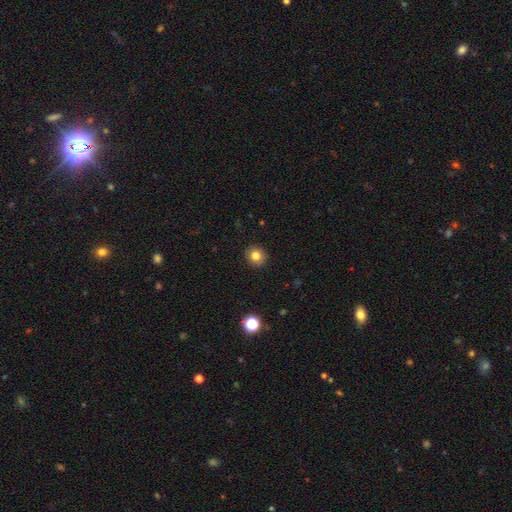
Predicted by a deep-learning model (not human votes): Smooth or featured: smooth — 82% (star or artifact — 11%)
How rounded: round — 86% (in between — 14%)
Merging: none — 91% (minor disturbance — 6%)